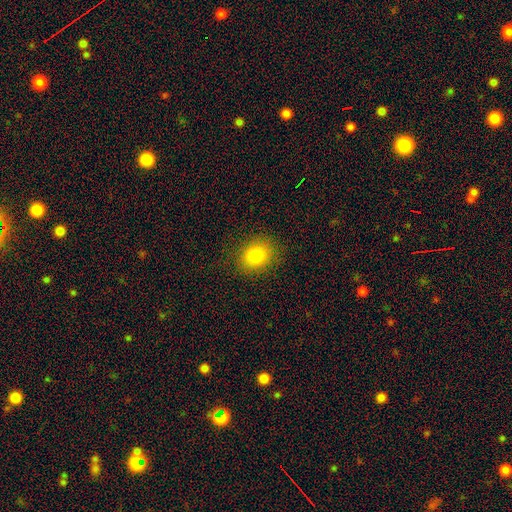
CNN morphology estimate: type=smooth (83%); roundness=round (52%); merging=none (87%).